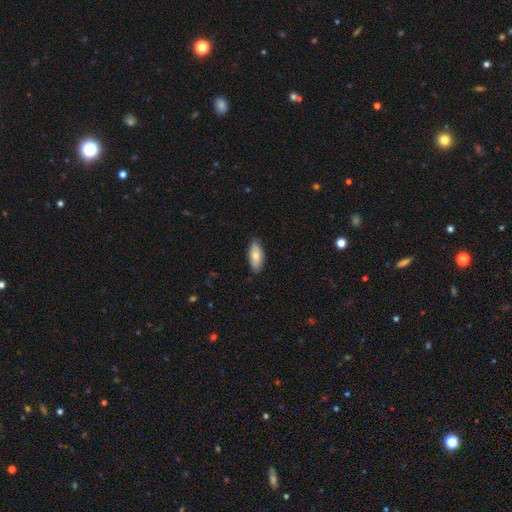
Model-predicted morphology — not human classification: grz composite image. It shows a smooth galaxy with no disk features (75%) that is in between round and cigar-shaped (85%). Merging: none (83%).